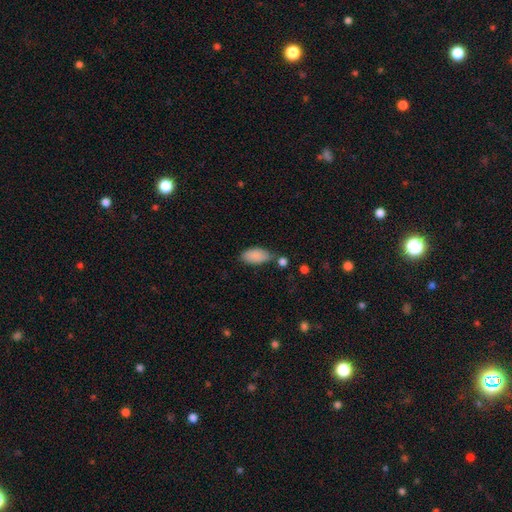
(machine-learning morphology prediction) Smooth or featured? smooth (88%)
How rounded? in between (92%)
Merging? none (60%)